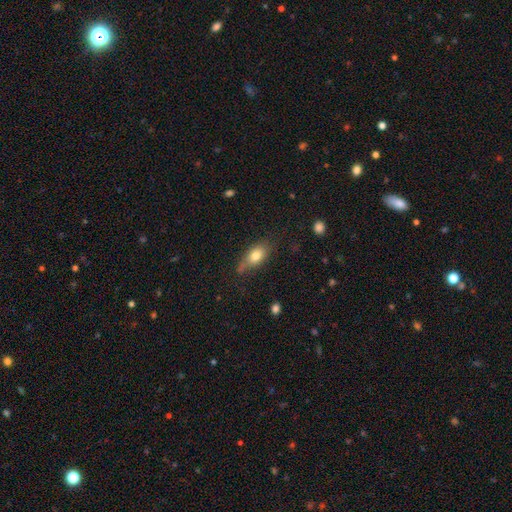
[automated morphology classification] smooth 77%, featured or disk 15%, star or artifact 8%. Down the decision tree: how rounded — in between (81%); merging — none (59%).